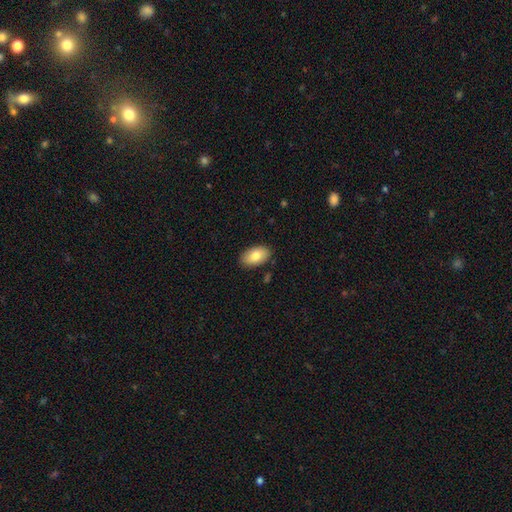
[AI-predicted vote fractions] This is clearly a smooth galaxy (81%). How rounded: clearly in between (93%). Merging: clearly none (87%).